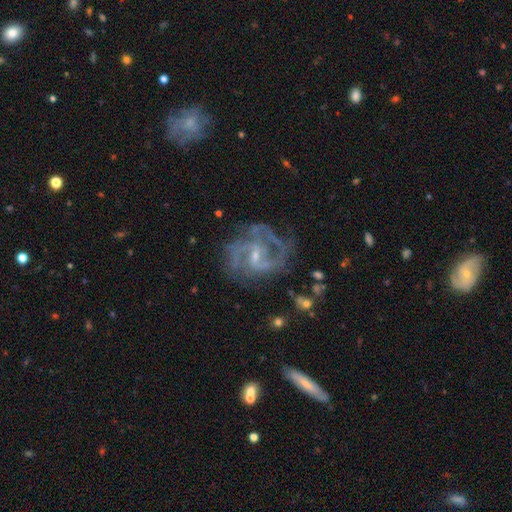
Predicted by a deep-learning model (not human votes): This is clearly a featured or disk galaxy (88%). It is clearly not viewed edge-on (98%). Bar: possibly weak (55%). Spiral arm pattern: clearly yes (96%). Spiral arm count: possibly 2 (54%). Spiral winding: possibly medium (55%). Central bulge: likely small (67%). Merging: likely none (64%).